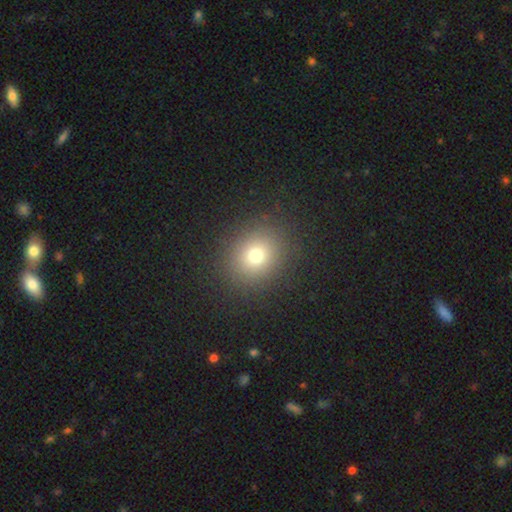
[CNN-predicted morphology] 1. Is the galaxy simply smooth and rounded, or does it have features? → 75% smooth, 16% star or artifact, 9% featured or disk.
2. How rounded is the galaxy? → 76% round, 23% in between, 1% cigar-shaped.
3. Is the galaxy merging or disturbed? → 88% none, 7% minor disturbance, 3% major disturbance, 1% merger.